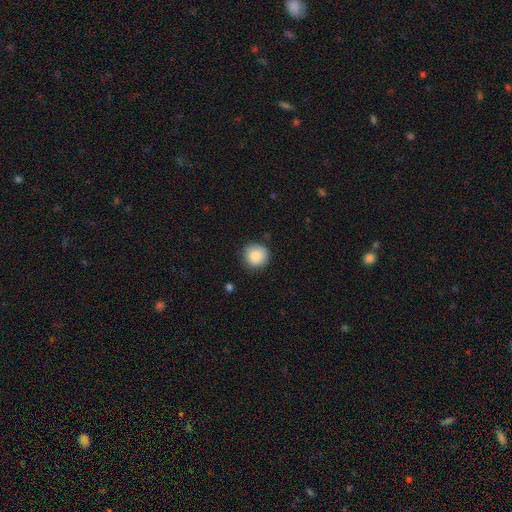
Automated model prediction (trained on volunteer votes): Smooth or featured? Predicted: smooth (p=0.86). How rounded? Predicted: round (p=0.93). Merging? Predicted: none (p=0.83).